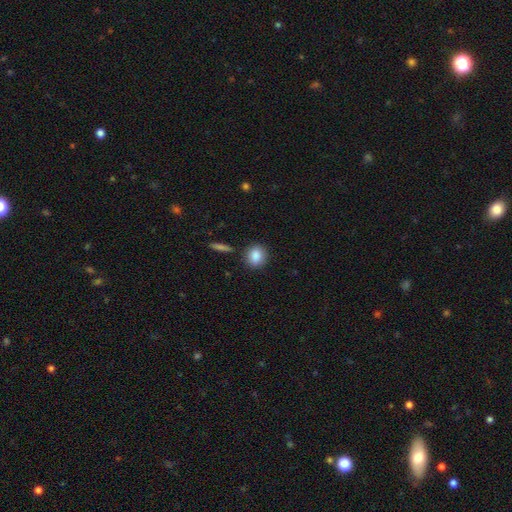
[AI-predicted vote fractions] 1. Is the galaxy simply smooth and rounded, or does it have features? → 88% smooth, 8% star or artifact, 5% featured or disk.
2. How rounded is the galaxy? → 76% round, 22% in between, 2% cigar-shaped.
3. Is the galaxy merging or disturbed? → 87% none, 8% minor disturbance, 3% merger, 2% major disturbance.